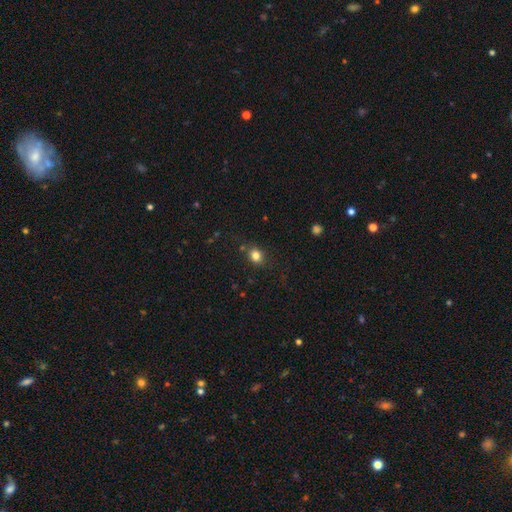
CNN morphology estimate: Smooth or featured?
  - smooth: 81% *
  - star or artifact: 12%
  - featured or disk: 6%
How rounded?
  - round: 58% *
  - in between: 41%
  - cigar-shaped: 1%
Merging?
  - none: 80% *
  - minor disturbance: 13%
  - major disturbance: 4%
  - merger: 4%